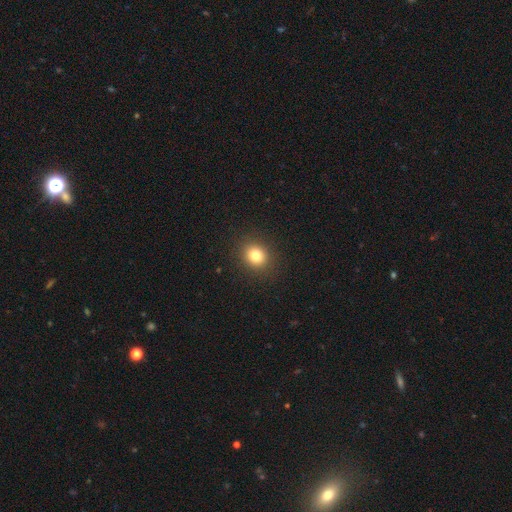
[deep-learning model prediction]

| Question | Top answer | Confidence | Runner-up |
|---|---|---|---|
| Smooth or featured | smooth | 81% | star or artifact (13%) |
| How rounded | round | 78% | in between (21%) |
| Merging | none | 91% | minor disturbance (6%) |